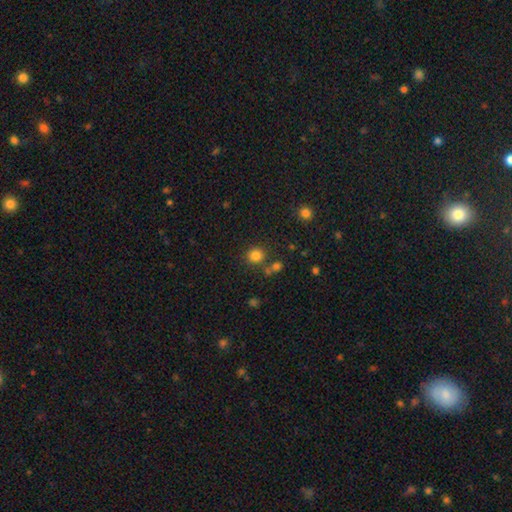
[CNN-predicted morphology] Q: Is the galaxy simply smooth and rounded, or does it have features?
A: smooth — 81%.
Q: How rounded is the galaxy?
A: round — 89%.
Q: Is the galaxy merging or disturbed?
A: none — 78%.